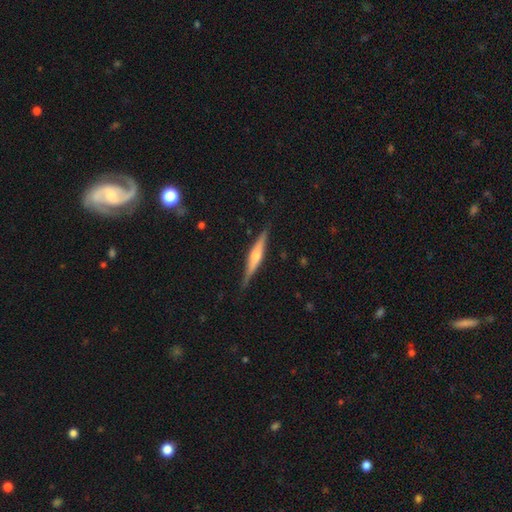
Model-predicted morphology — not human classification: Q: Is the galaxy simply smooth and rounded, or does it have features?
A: featured or disk — 74%.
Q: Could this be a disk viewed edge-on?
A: yes — 98%.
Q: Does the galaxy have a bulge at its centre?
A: rounded — 83%.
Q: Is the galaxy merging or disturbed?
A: none — 87%.